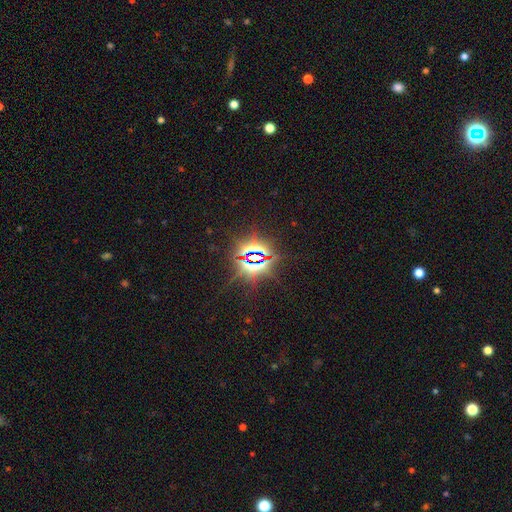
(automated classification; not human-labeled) The model was most divided on "smooth or featured": star or artifact: 83%, smooth: 10%, featured or disk: 7%.